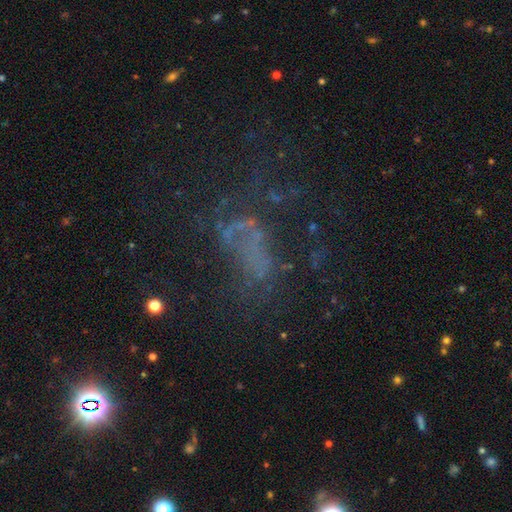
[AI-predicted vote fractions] Q: Smooth or featured?
A: star or artifact (39%); tied with: featured or disk (39%)